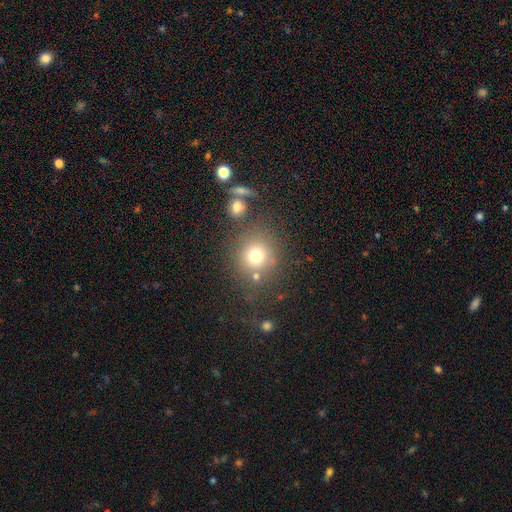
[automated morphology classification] This appears to be a smooth galaxy with no disk features (73%) that is round (89%). Merging: none (73%).